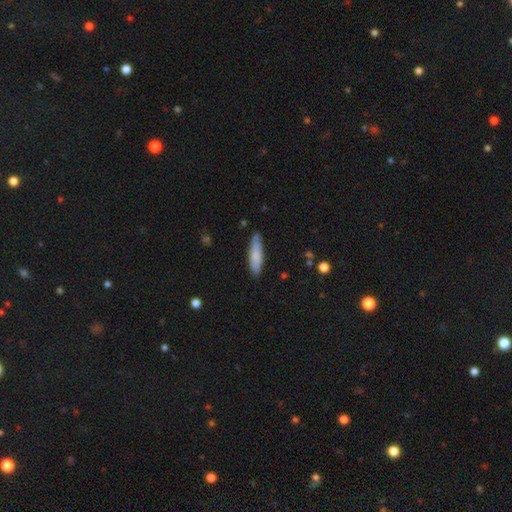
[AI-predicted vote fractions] Q: Smooth or featured?
A: smooth (79%); runner-up: featured or disk (15%)
Q: How rounded?
A: cigar-shaped (70%); runner-up: in between (29%)
Q: Merging?
A: none (80%); runner-up: minor disturbance (16%)